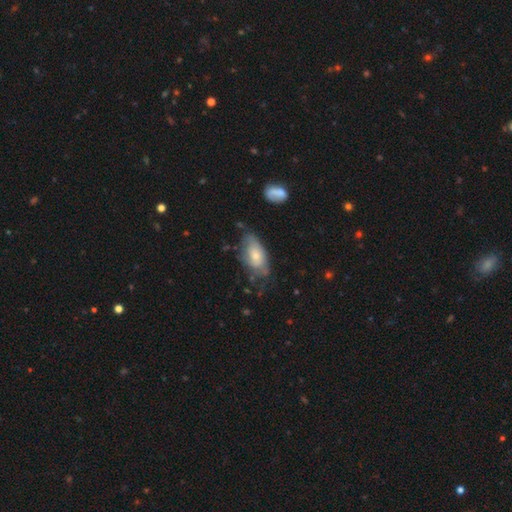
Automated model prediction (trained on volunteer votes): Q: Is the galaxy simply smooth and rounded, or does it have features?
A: smooth — 61%.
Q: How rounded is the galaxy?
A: in between — 91%.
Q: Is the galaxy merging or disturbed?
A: none — 43%.